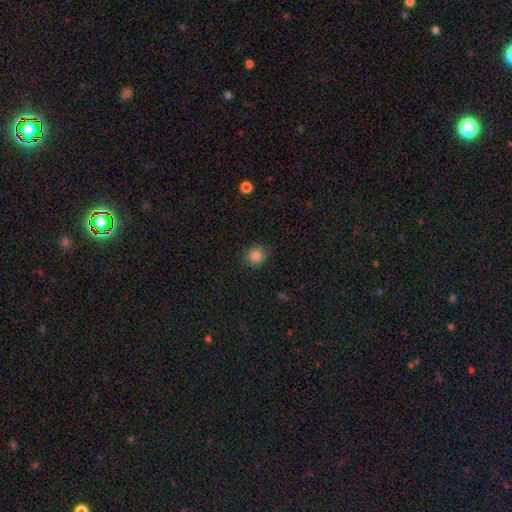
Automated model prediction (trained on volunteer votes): Smooth or featured? Predicted: smooth (p=0.85). How rounded? Predicted: round (p=0.87). Merging? Predicted: none (p=0.89).